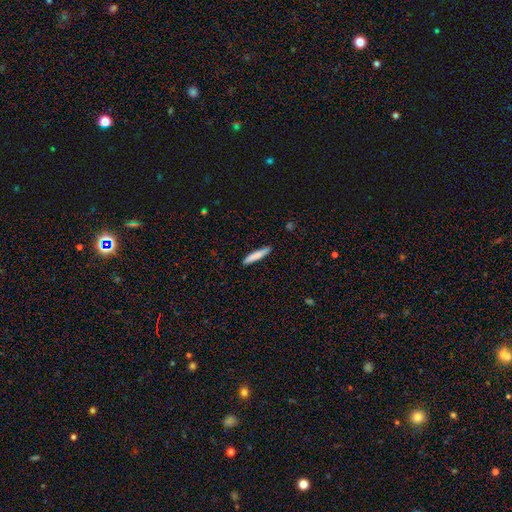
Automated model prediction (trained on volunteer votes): Morphology: type=smooth (80%); roundness=cigar-shaped (91%); merging=none (88%).